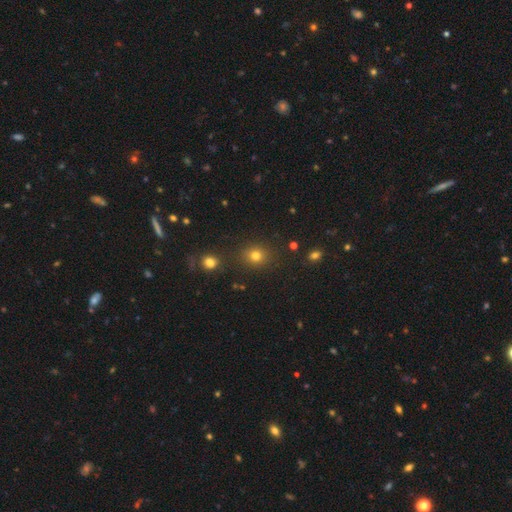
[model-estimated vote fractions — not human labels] This is likely a smooth galaxy (75%). How rounded: likely round (76%). Merging: clearly none (83%).